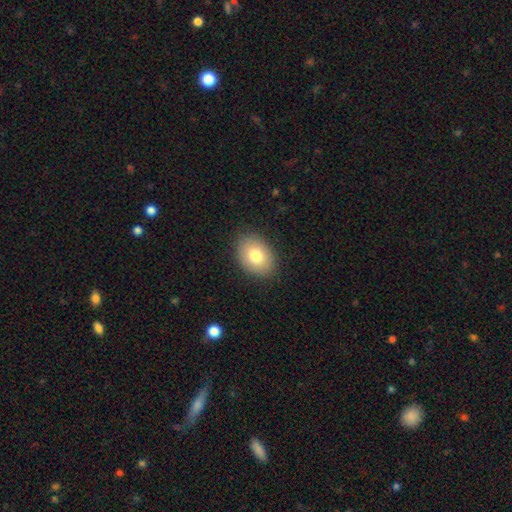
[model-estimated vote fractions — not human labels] This appears to be a smooth galaxy with no disk features (79%) that is in between round and cigar-shaped (75%). Merging: none (87%).